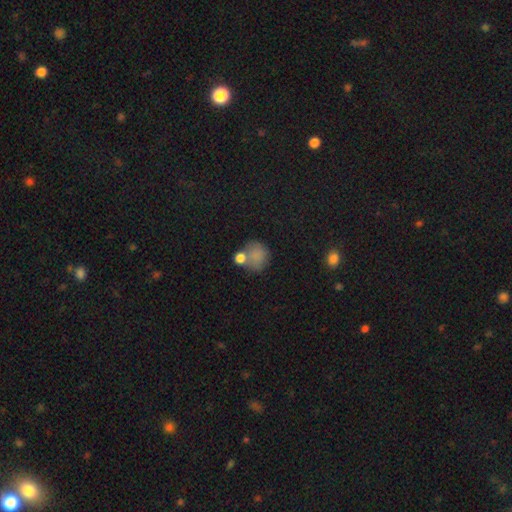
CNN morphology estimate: Smooth or featured?
  - smooth: 79% *
  - star or artifact: 12%
  - featured or disk: 9%
How rounded?
  - round: 79% *
  - in between: 20%
  - cigar-shaped: 1%
Merging?
  - none: 50% *
  - merger: 25%
  - minor disturbance: 16%
  - major disturbance: 9%